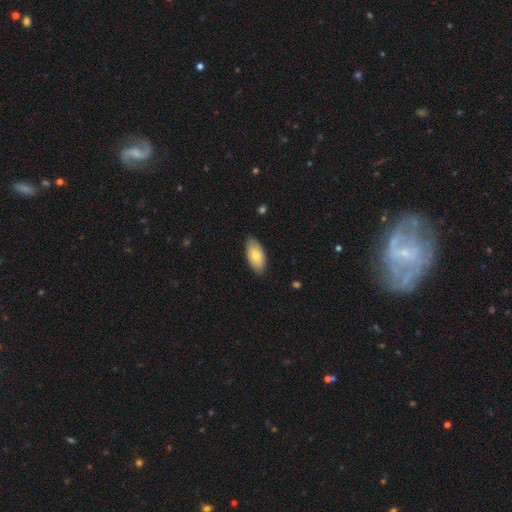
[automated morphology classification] Smooth or featured: smooth — 77% (featured or disk — 17%)
How rounded: in between — 93% (cigar-shaped — 4%)
Merging: none — 85% (minor disturbance — 12%)